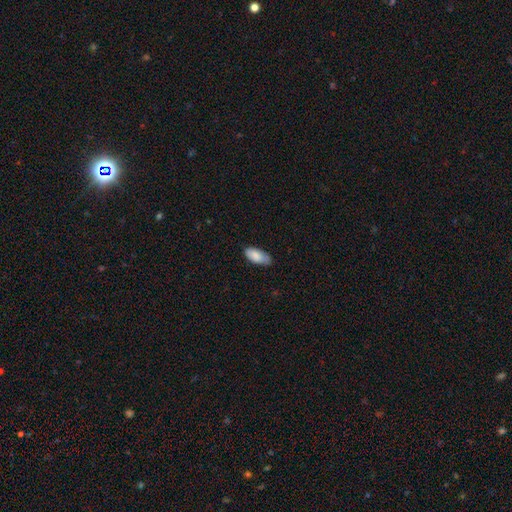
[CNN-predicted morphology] A smooth galaxy with no disk features (85%) that is in between round and cigar-shaped (90%).

Vote fractions:
- Smooth or featured? smooth: 85% / featured or disk: 9% / star or artifact: 6%
- How rounded? in between: 90% / cigar-shaped: 8% / round: 2%
- Merging? none: 71% / minor disturbance: 24% / major disturbance: 4% / merger: 1%